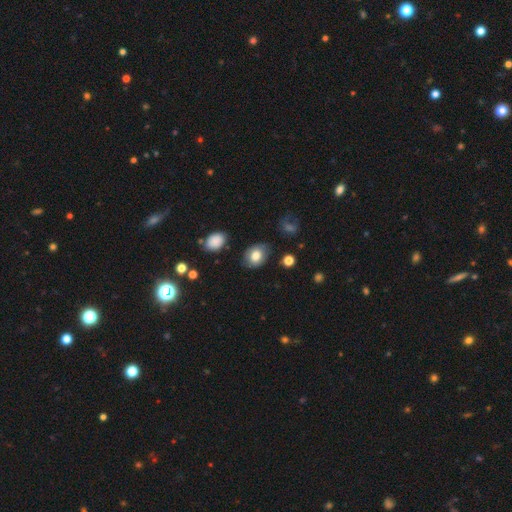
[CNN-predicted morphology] This appears to be a smooth galaxy with no disk features (79%) that is in between round and cigar-shaped (64%). Merging: none (80%).